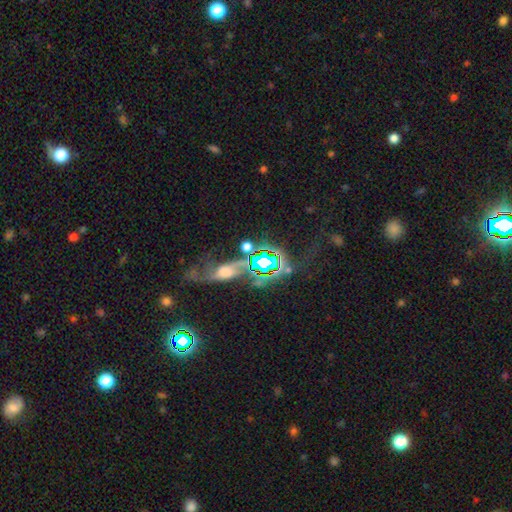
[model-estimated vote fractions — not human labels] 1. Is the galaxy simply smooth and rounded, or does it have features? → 40% star or artifact (tied), 40% featured or disk (tied), 20% smooth.